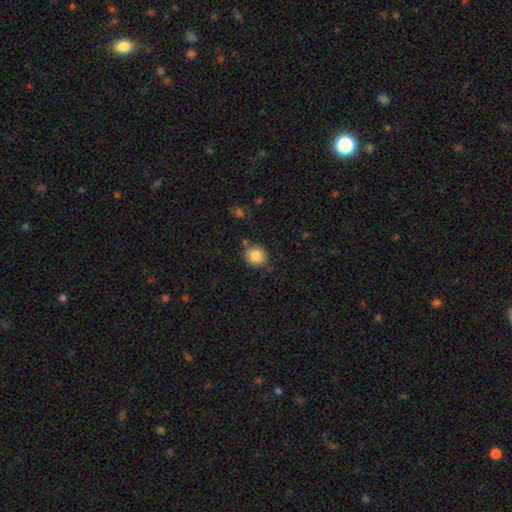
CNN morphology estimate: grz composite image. It shows a smooth galaxy with no disk features (85%) that is round (86%). Merging: none (81%).